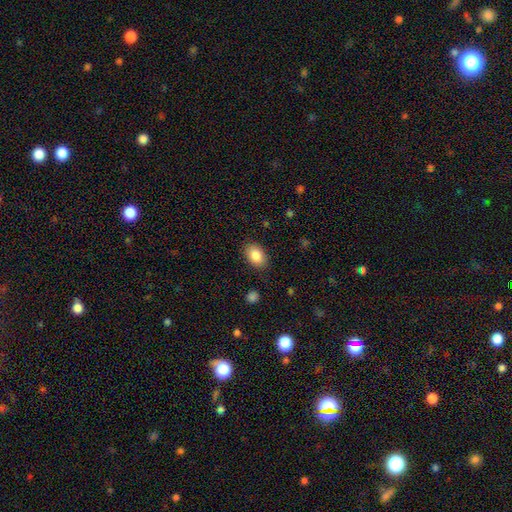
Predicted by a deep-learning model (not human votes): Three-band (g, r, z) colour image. It shows a smooth galaxy with no disk features (87%) that is in between round and cigar-shaped (88%). Merging: none (85%).